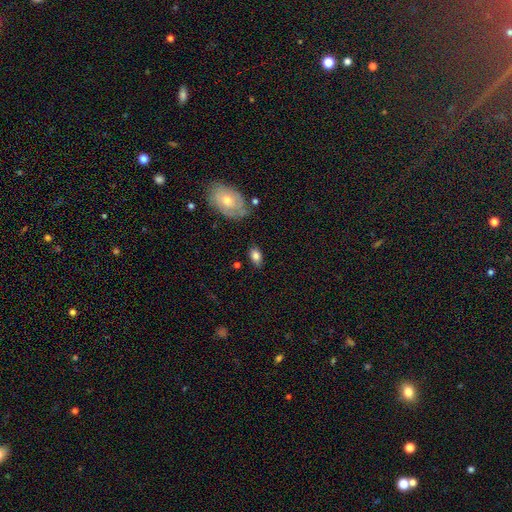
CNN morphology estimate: This is likely a smooth galaxy (79%). How rounded: clearly in between (88%). Merging: likely none (77%).